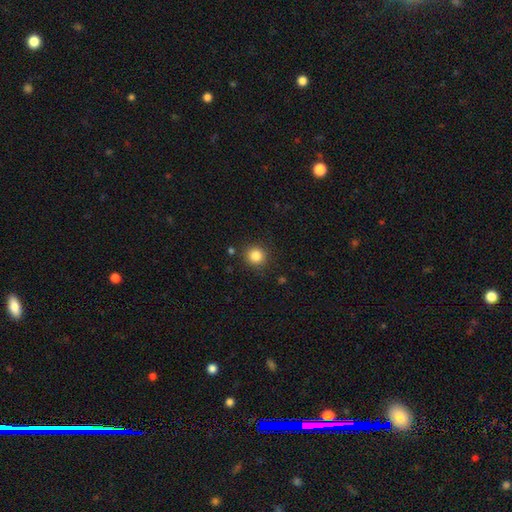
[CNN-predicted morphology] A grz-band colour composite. It shows a smooth galaxy with no disk features (84%) that is round (92%). Merging: none (88%).